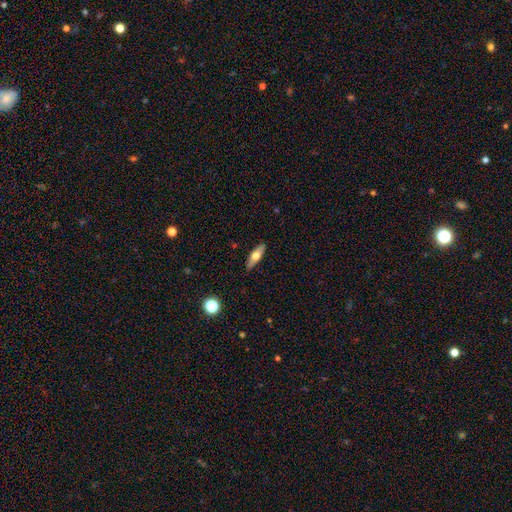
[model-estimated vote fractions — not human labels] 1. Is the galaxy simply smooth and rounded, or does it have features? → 58% smooth, 35% featured or disk, 7% star or artifact.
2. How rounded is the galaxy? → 53% in between, 44% cigar-shaped, 3% round.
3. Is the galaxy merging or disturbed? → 87% none, 10% minor disturbance, 2% major disturbance, 1% merger.